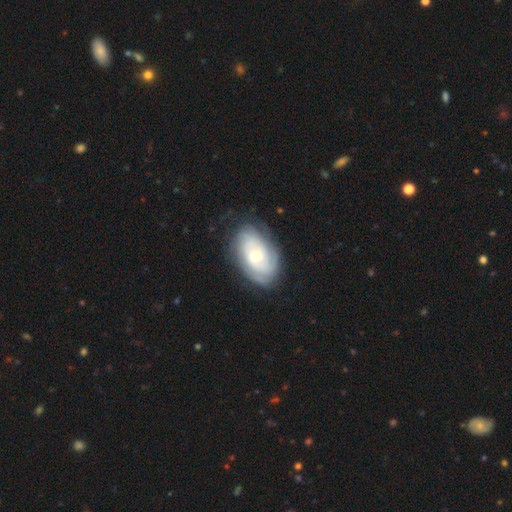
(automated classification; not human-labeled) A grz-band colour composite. It shows a featured or disk galaxy (73%) with no bar (69%), tight (70%) spiral arms (88%) and a small central bulge (51%). Merging: none (74%).